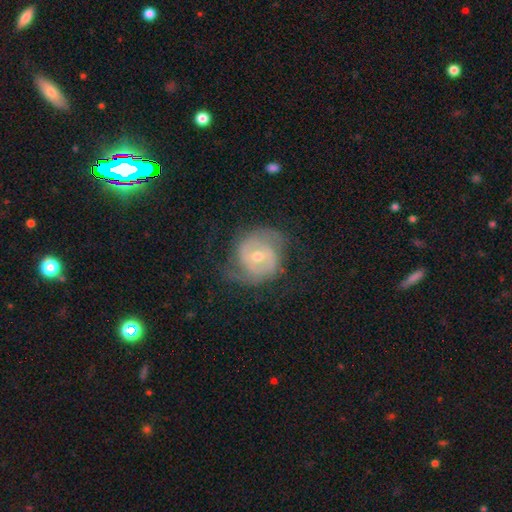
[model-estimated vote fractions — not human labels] This appears to be a featured or disk galaxy (77%) with no bar (49%), 2 (73%) medium (42%) spiral arms (88%) and a moderate central bulge (56%). Merging: none (62%).